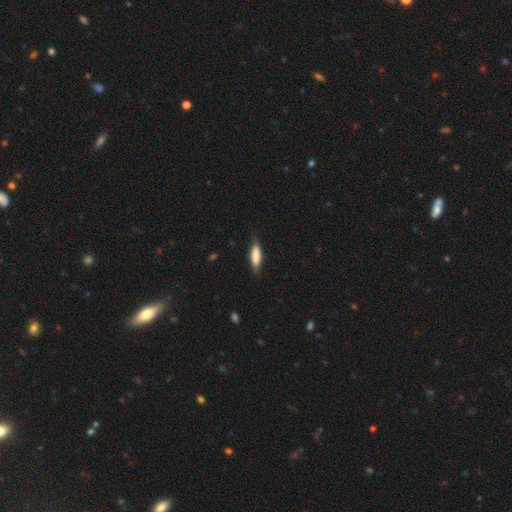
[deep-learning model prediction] A smooth galaxy with no disk features (80%) that is in between round and cigar-shaped (51%). Merging: none (77%).